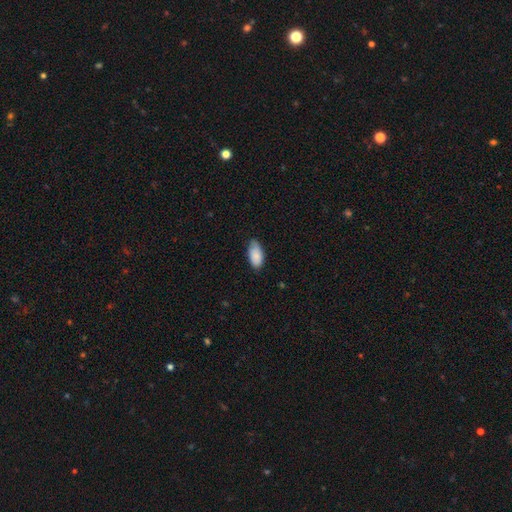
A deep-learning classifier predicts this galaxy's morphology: Smooth or featured?
  - smooth: 86% *
  - featured or disk: 8%
  - star or artifact: 6%
How rounded?
  - in between: 94% *
  - cigar-shaped: 4%
  - round: 2%
Merging?
  - none: 71% *
  - minor disturbance: 25%
  - major disturbance: 3%
  - merger: 1%